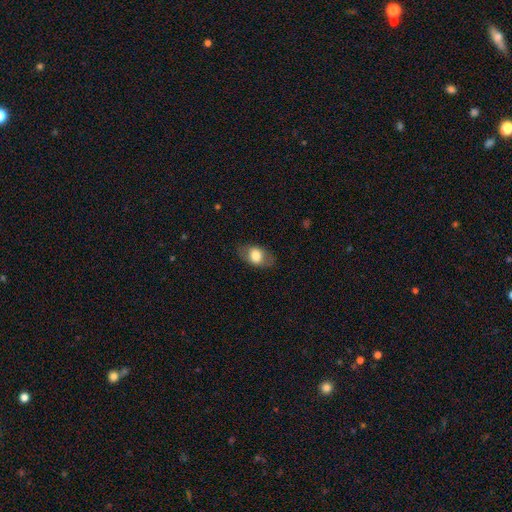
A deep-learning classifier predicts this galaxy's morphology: Smooth or featured?
  - smooth: 70% *
  - featured or disk: 22%
  - star or artifact: 7%
How rounded?
  - in between: 86% *
  - round: 12%
  - cigar-shaped: 2%
Merging?
  - none: 80% *
  - minor disturbance: 14%
  - major disturbance: 5%
  - merger: 1%